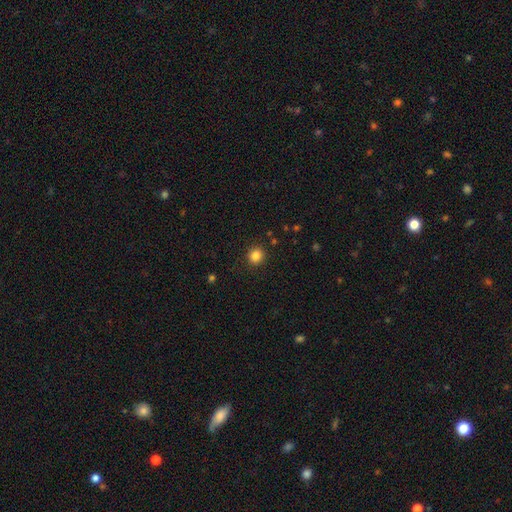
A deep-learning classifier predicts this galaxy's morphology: smooth_or_featured: smooth (p=0.84) [alt: star or artifact p=0.12]
how_rounded: round (p=0.90) [alt: in between p=0.09]
merging: none (p=0.91) [alt: minor disturbance p=0.06]